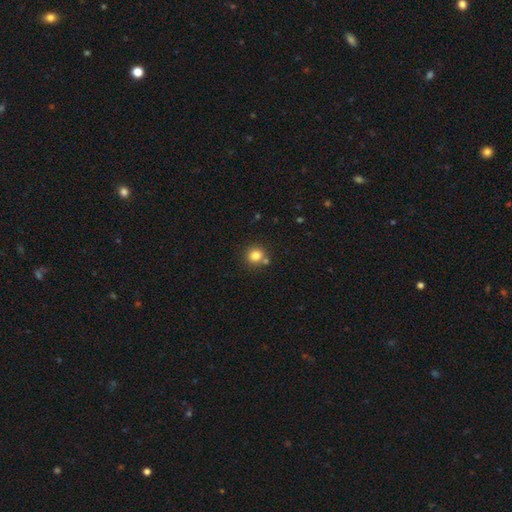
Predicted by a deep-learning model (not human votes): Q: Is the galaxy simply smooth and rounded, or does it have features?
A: smooth — 82%.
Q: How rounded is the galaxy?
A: round — 86%.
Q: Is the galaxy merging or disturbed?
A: none — 72%.